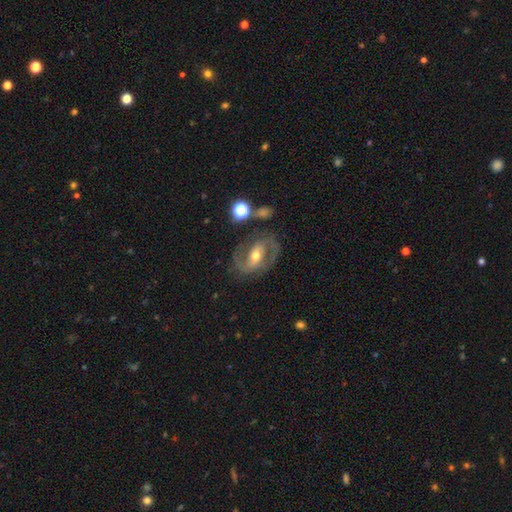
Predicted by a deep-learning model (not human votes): Morphology: type=featured or disk (82%); edge-on=no (96%); bar=strong (40%); spiral arms=yes (87%); winding=medium (54%); arm count=2 (86%); bulge=moderate (62%); merging=none (73%).